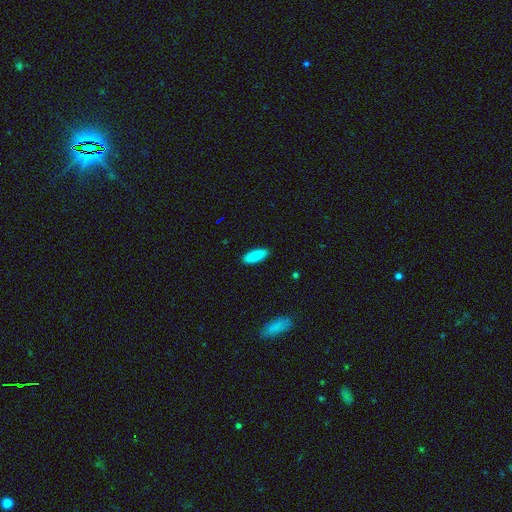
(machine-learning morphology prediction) A smooth galaxy with no disk features (88%) that is in between round and cigar-shaped (74%).

Vote fractions:
- Smooth or featured? smooth: 88% / featured or disk: 6% / star or artifact: 6%
- How rounded? in between: 74% / cigar-shaped: 25% / round: 2%
- Merging? none: 88% / minor disturbance: 9% / major disturbance: 2% / merger: 1%